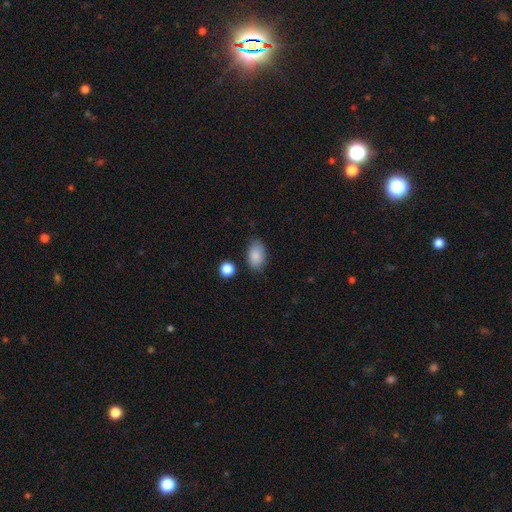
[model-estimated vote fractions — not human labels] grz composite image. It shows a smooth galaxy with no disk features (87%) that is in between round and cigar-shaped (91%). Merging: none (80%).